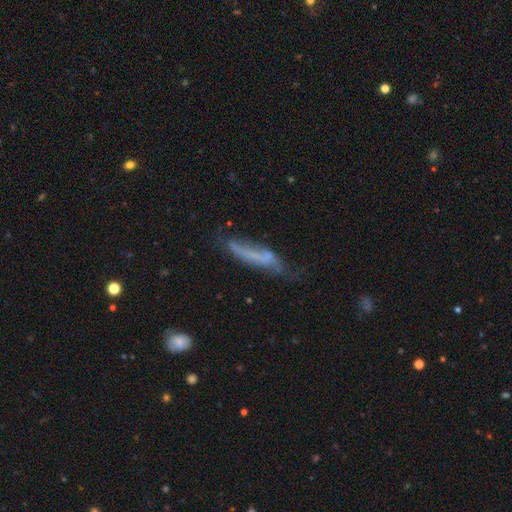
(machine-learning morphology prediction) The model was most divided on "smooth or featured": featured or disk: 46%, smooth: 43%, star or artifact: 11%. Remaining: merging — none (41%).